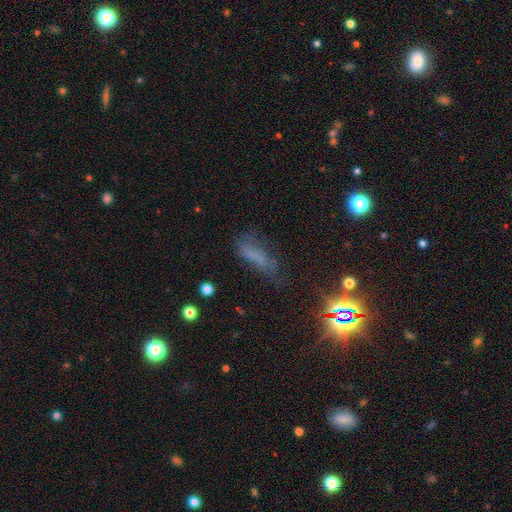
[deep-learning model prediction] smooth 52%, star or artifact 27%, featured or disk 22%. Down the decision tree: how rounded — cigar-shaped (51%); merging — none (44%).